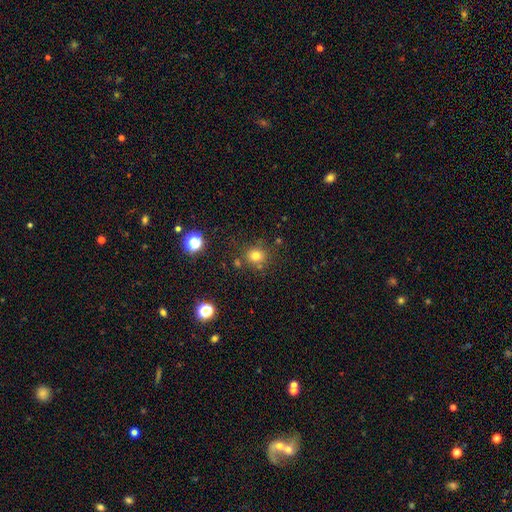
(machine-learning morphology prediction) This is likely a smooth galaxy (75%). How rounded: clearly round (89%). Merging: likely none (78%).